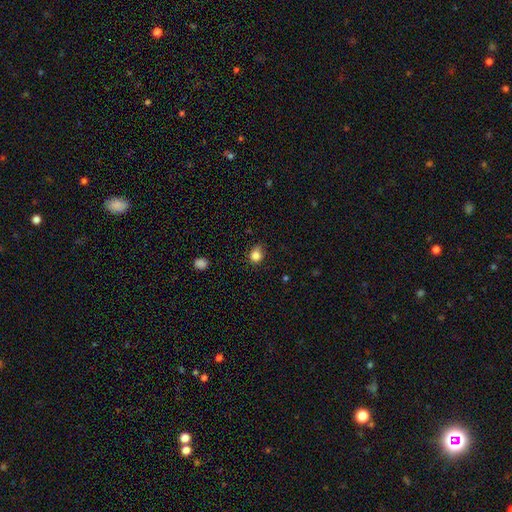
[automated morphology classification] Smooth or featured? Predicted: smooth (p=0.83). How rounded? Predicted: round (p=0.68). Merging? Predicted: none (p=0.66).